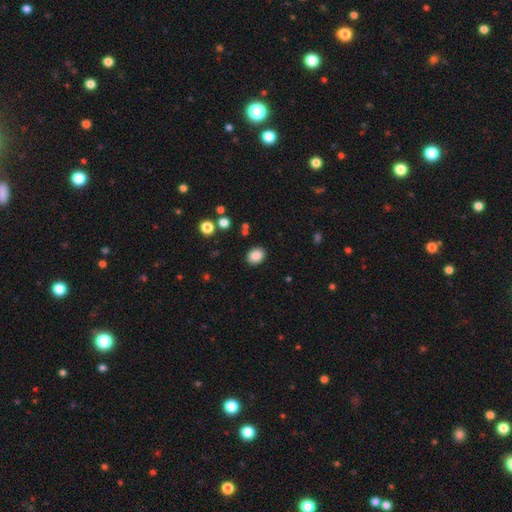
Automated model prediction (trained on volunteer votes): Q: Smooth or featured?
A: smooth (87%); runner-up: star or artifact (10%)
Q: How rounded?
A: in between (52%); runner-up: round (47%)
Q: Merging?
A: none (88%); runner-up: minor disturbance (8%)